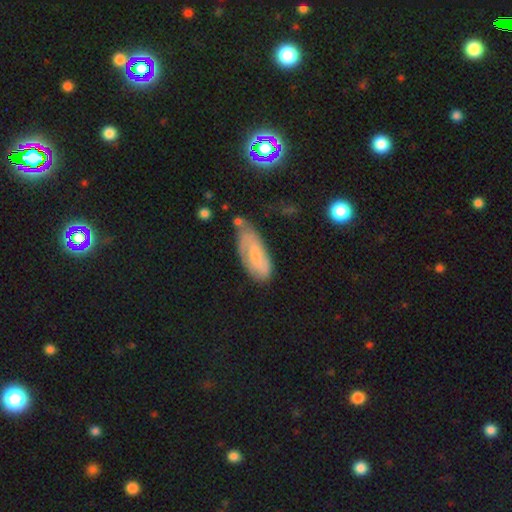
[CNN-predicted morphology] Q: Smooth or featured?
A: featured or disk (48%); runner-up: smooth (44%)
Q: Merging?
A: none (51%); runner-up: minor disturbance (31%)